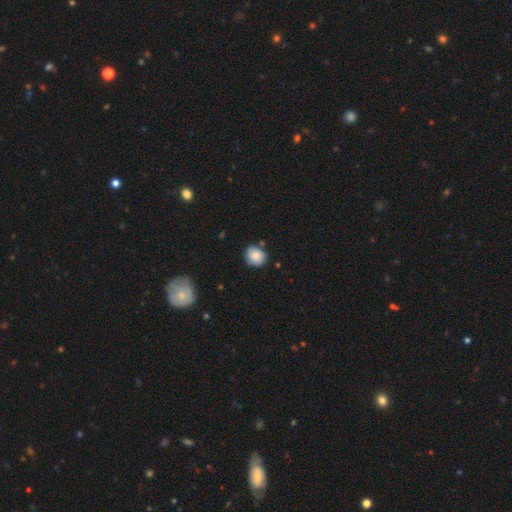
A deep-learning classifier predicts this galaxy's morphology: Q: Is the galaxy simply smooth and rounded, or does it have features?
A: smooth — 81%.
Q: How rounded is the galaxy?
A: round — 79%.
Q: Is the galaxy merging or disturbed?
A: none — 78%.